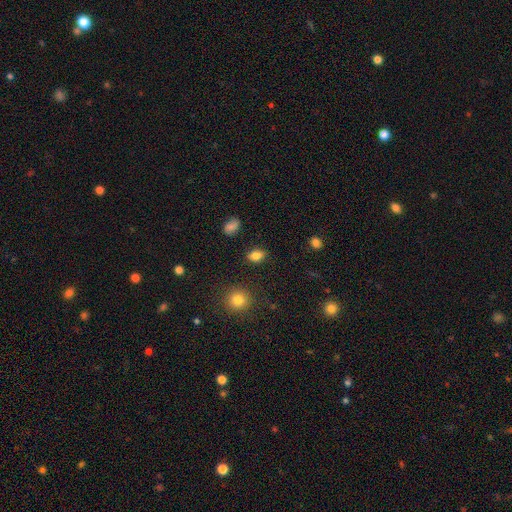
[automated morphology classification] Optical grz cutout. It shows a smooth galaxy with no disk features (82%) that is in between round and cigar-shaped (78%). Merging: none (86%).